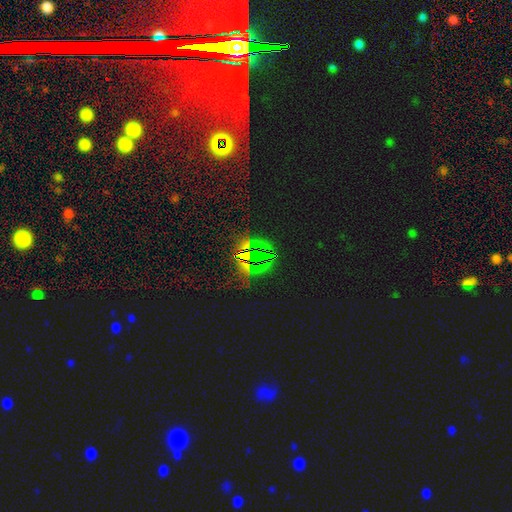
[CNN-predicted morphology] star or artifact 82%, smooth 10%, featured or disk 8%.